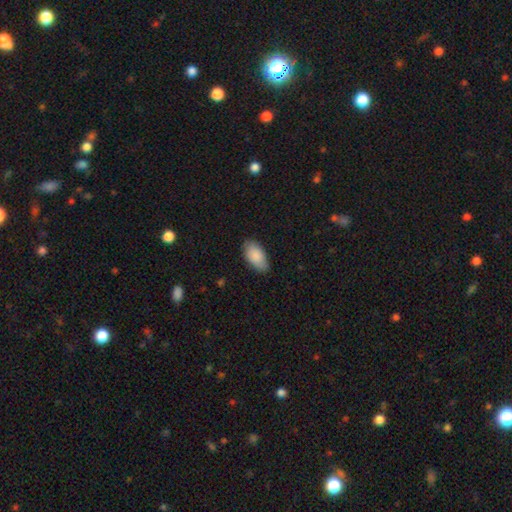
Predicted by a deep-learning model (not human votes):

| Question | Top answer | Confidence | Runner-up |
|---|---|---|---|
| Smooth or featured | smooth | 88% | featured or disk (6%) |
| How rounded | in between | 95% | round (3%) |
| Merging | none | 81% | minor disturbance (15%) |